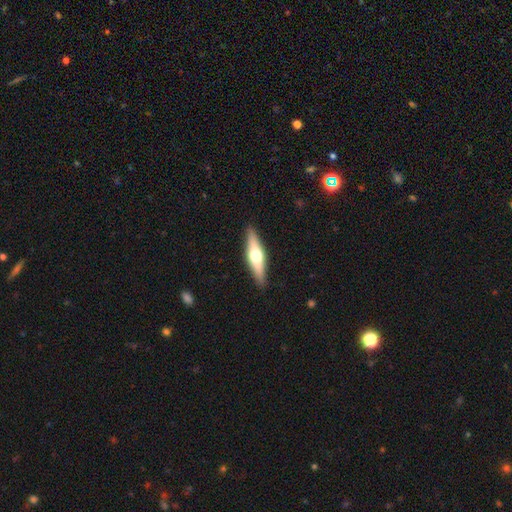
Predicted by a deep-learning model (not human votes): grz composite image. It shows a featured or disk galaxy (56%) viewed edge-on (93%) with a rounded central bulge (94%). Merging: none (90%).